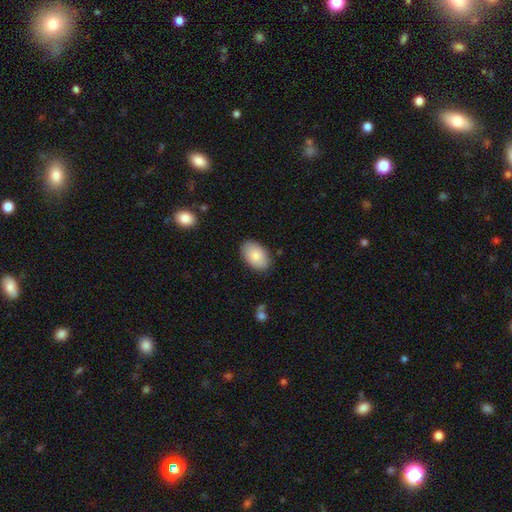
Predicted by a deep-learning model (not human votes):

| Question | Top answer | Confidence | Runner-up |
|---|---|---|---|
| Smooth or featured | smooth | 85% | featured or disk (9%) |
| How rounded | in between | 92% | round (7%) |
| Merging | none | 85% | minor disturbance (11%) |